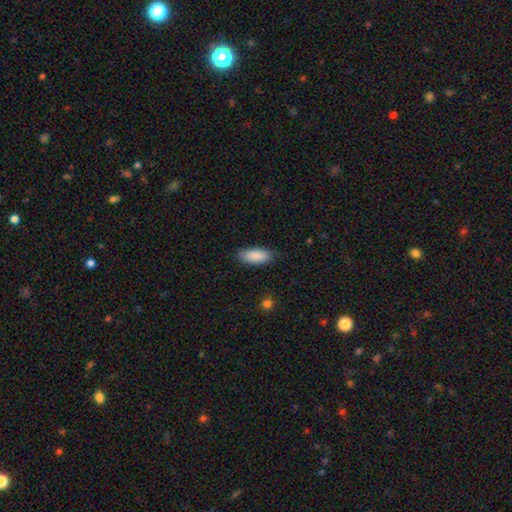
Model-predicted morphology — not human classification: smooth-or-featured: smooth: 88% | star or artifact: 6% | featured or disk: 5%
  how-rounded: in between: 83% | cigar-shaped: 15% | round: 2%
  merging: none: 78% | minor disturbance: 17% | major disturbance: 3% | merger: 1%